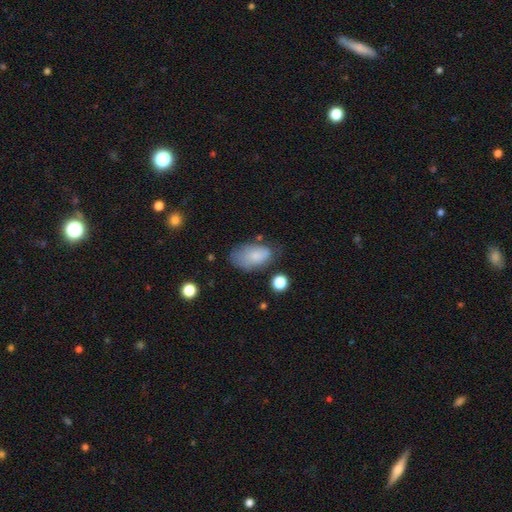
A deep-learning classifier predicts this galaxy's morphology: Q: Smooth or featured?
A: smooth (79%); runner-up: featured or disk (13%)
Q: How rounded?
A: in between (93%); runner-up: round (4%)
Q: Merging?
A: none (54%); runner-up: minor disturbance (30%)